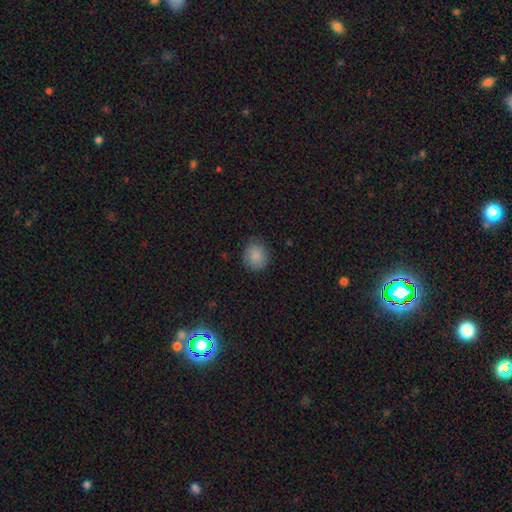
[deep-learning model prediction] This is clearly a smooth galaxy (87%). How rounded: clearly round (84%). Merging: clearly none (84%).